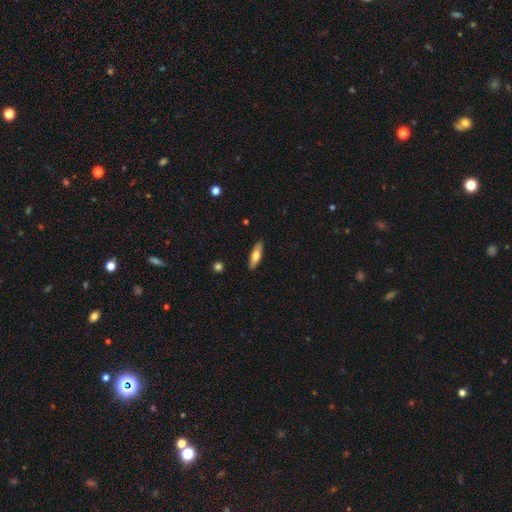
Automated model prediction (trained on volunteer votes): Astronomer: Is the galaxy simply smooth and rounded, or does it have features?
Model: smooth — 65%.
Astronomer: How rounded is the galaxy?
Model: cigar-shaped — 56% (runner-up: in between, 42%).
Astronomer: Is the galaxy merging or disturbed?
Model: none — 89%.